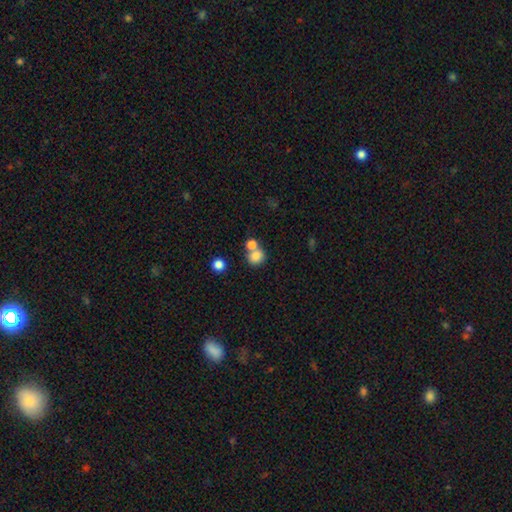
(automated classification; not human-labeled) smooth_or_featured: smooth (p=0.81) [alt: star or artifact p=0.11]
how_rounded: round (p=0.78) [alt: in between p=0.21]
merging: none (p=0.47) [alt: merger p=0.41]